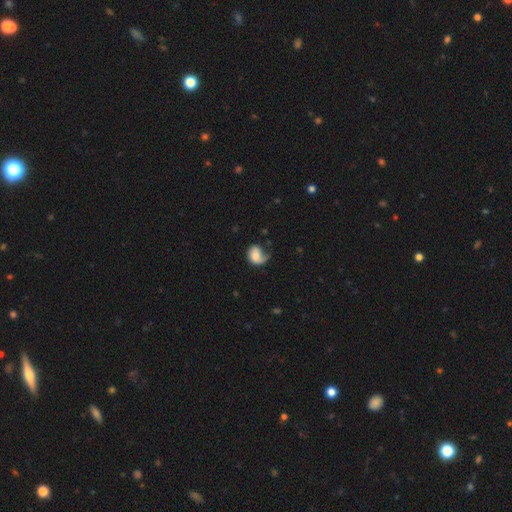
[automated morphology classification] A smooth galaxy with no disk features (55%) that is in between round and cigar-shaped (55%). Merging: major disturbance (34%, tied with none).